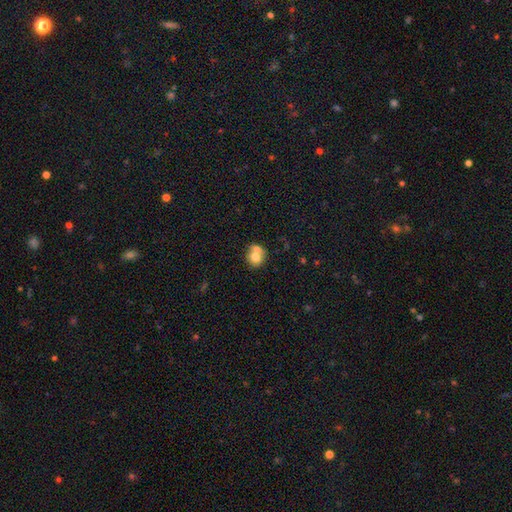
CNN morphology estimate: smooth_or_featured: smooth (p=0.72) [alt: featured or disk p=0.18]
how_rounded: round (p=0.78) [alt: in between p=0.21]
merging: merger (p=0.49) [alt: none p=0.39]